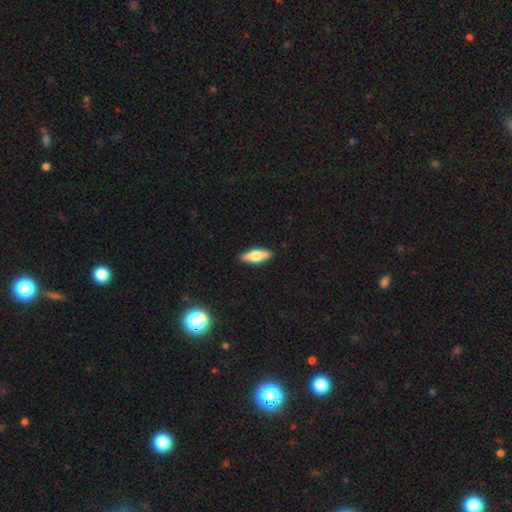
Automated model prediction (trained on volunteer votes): The model was most divided on "smooth or featured": smooth: 63%, featured or disk: 31%, star or artifact: 6%. More confident: merging — none (90%); how rounded — in between (65%).